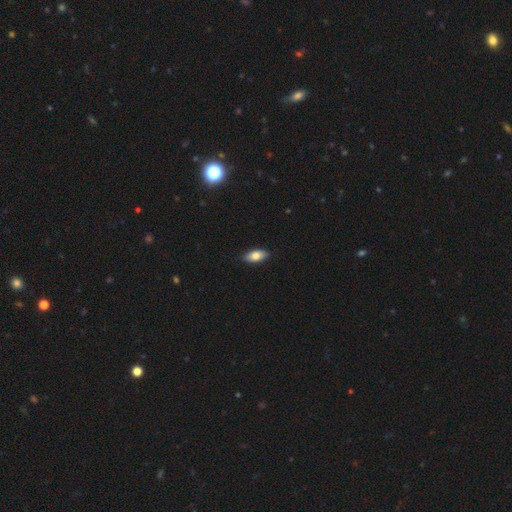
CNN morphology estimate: This appears to be a smooth galaxy with no disk features (79%) that is in between round and cigar-shaped (89%). Merging: none (88%).